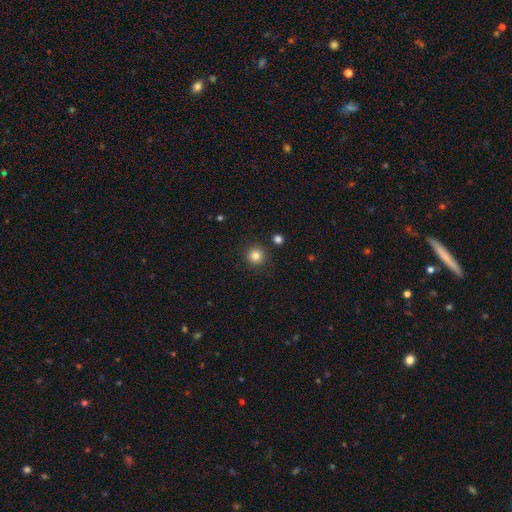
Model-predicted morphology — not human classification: smooth 83%, star or artifact 12%, featured or disk 5%. Down the decision tree: how rounded — round (94%); merging — none (90%).